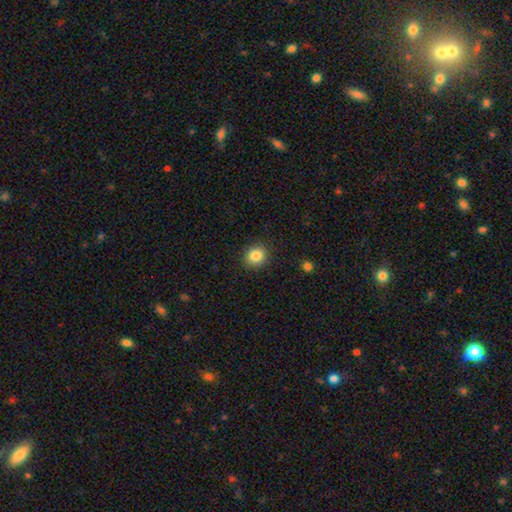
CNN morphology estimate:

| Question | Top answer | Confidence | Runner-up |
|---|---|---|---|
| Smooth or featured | smooth | 85% | star or artifact (10%) |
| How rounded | round | 80% | in between (19%) |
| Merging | none | 89% | minor disturbance (8%) |